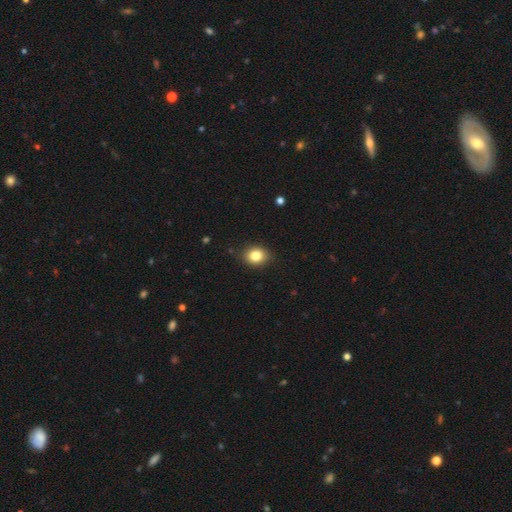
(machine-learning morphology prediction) This appears to be a smooth galaxy with no disk features (83%) that is round (52%). Merging: none (87%).